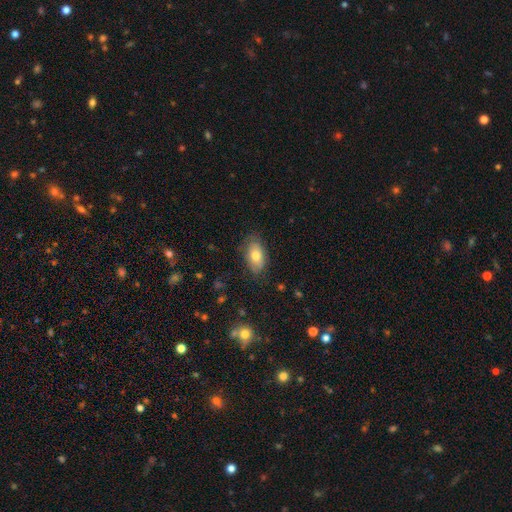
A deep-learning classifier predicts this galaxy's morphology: A smooth galaxy with no disk features (72%) that is in between round and cigar-shaped (91%).

Vote fractions:
- Smooth or featured? smooth: 72% / featured or disk: 20% / star or artifact: 7%
- How rounded? in between: 91% / round: 6% / cigar-shaped: 3%
- Merging? none: 76% / minor disturbance: 19% / major disturbance: 4% / merger: 1%